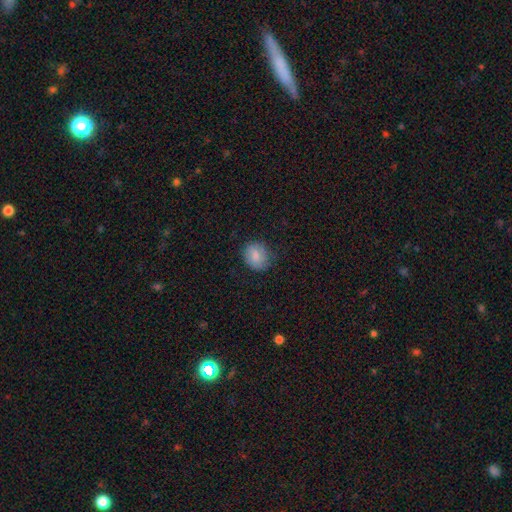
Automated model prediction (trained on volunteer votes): This appears to be a smooth galaxy with no disk features (83%) that is round (68%). Merging: none (74%).